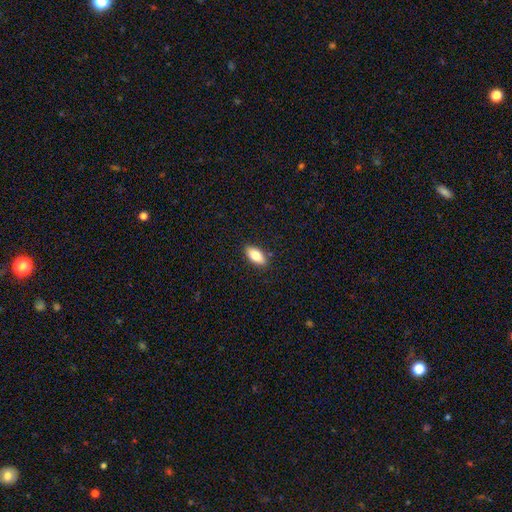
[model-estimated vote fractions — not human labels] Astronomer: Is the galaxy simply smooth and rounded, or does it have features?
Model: smooth — 81%.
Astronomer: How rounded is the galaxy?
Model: in between — 88%.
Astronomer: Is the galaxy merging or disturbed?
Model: none — 88%.